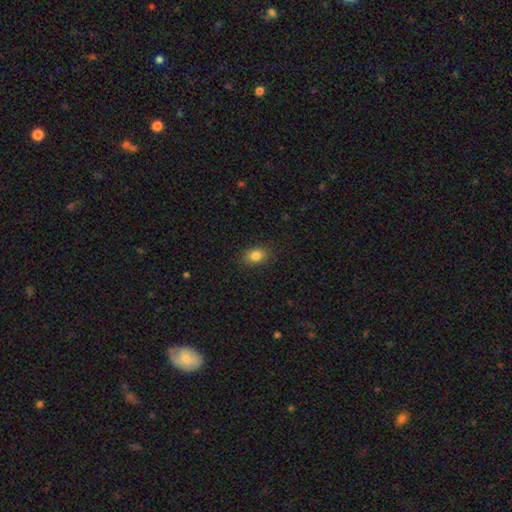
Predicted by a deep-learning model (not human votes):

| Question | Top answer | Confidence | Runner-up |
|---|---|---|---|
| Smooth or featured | smooth | 84% | star or artifact (10%) |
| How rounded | in between | 68% | round (31%) |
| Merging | none | 87% | minor disturbance (10%) |